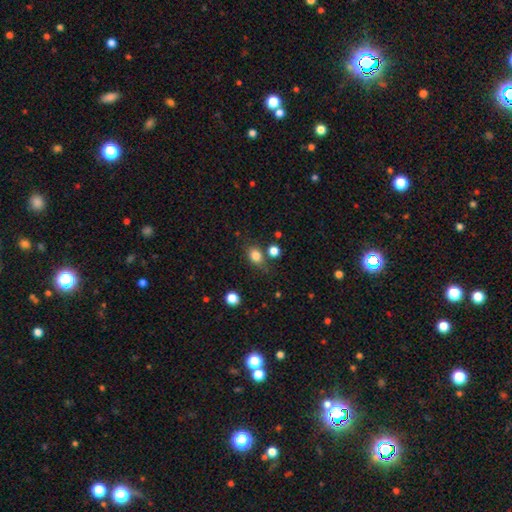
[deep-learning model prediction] A smooth galaxy with no disk features (82%) that is in between round and cigar-shaped (55%). Merging: none (68%).